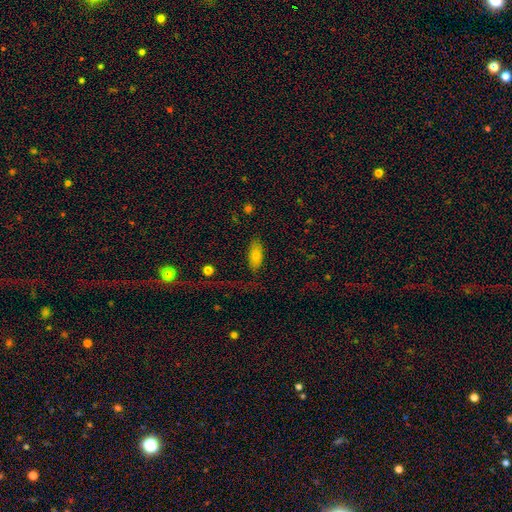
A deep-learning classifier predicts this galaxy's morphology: A smooth galaxy with no disk features (80%) that is in between round and cigar-shaped (85%).

Vote fractions:
- Smooth or featured? smooth: 80% / featured or disk: 11% / star or artifact: 9%
- How rounded? in between: 85% / cigar-shaped: 12% / round: 3%
- Merging? none: 73% / minor disturbance: 17% / major disturbance: 7% / merger: 3%